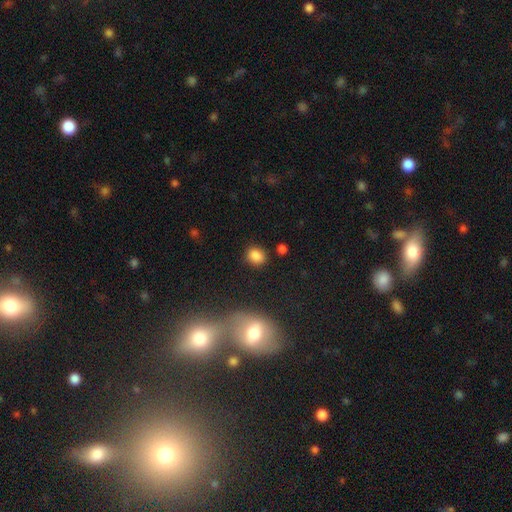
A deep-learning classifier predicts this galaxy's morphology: This is clearly a smooth galaxy (84%). How rounded: possibly round (59%). Merging: clearly none (82%).